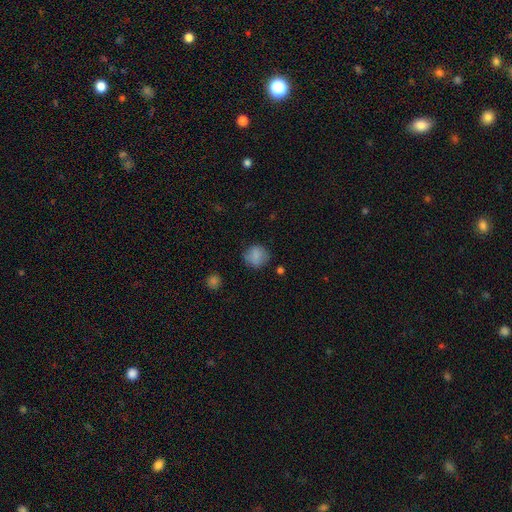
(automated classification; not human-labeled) Smooth or featured?
  - smooth: 83% *
  - star or artifact: 9%
  - featured or disk: 8%
How rounded?
  - round: 85% *
  - in between: 14%
  - cigar-shaped: 1%
Merging?
  - none: 80% *
  - minor disturbance: 15%
  - major disturbance: 4%
  - merger: 2%